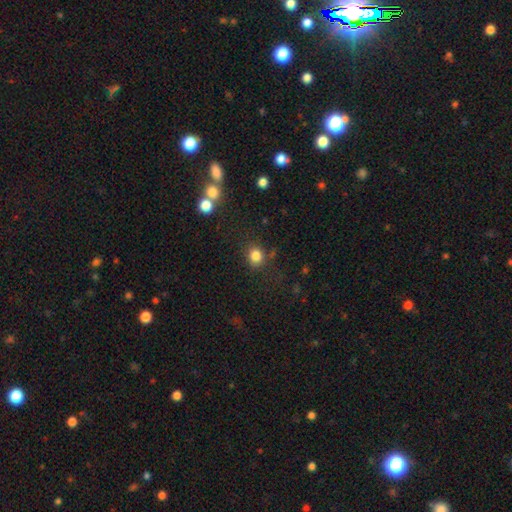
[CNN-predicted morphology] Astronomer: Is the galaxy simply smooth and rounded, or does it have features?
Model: smooth — 82%.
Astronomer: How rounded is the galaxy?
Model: round — 73%.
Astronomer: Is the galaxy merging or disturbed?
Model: none — 79%.